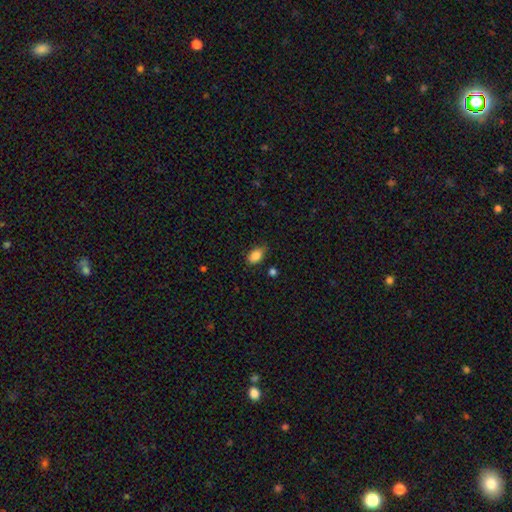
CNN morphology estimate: Overall: smooth (86%). How rounded: in between (87%). Merging: none (76%).